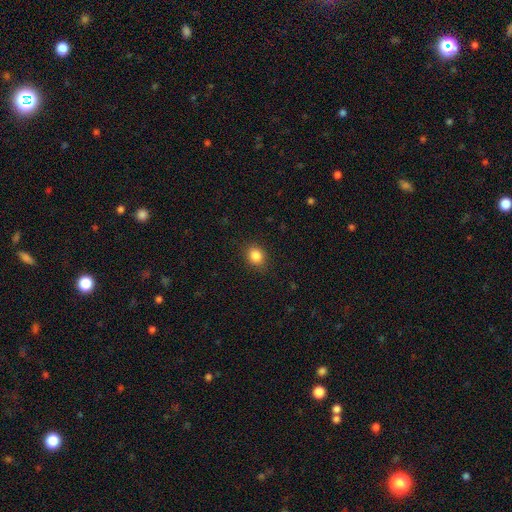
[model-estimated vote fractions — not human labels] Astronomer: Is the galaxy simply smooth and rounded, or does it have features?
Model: smooth — 85%.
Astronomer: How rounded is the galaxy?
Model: round — 61% (runner-up: in between, 38%).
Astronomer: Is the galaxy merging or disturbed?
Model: none — 87%.